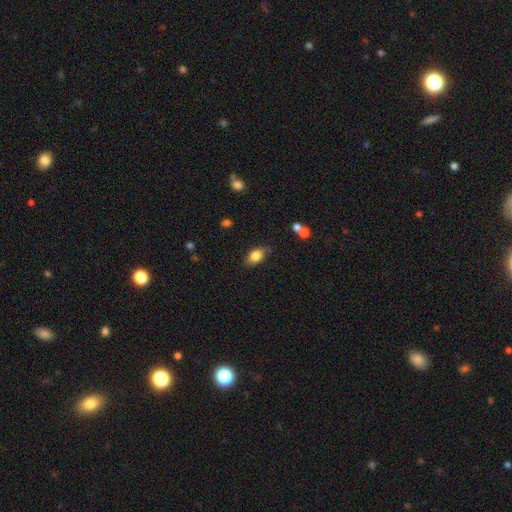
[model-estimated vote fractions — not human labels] Smooth or featured: smooth — 83% (featured or disk — 9%)
How rounded: in between — 85% (round — 13%)
Merging: none — 79% (minor disturbance — 15%)